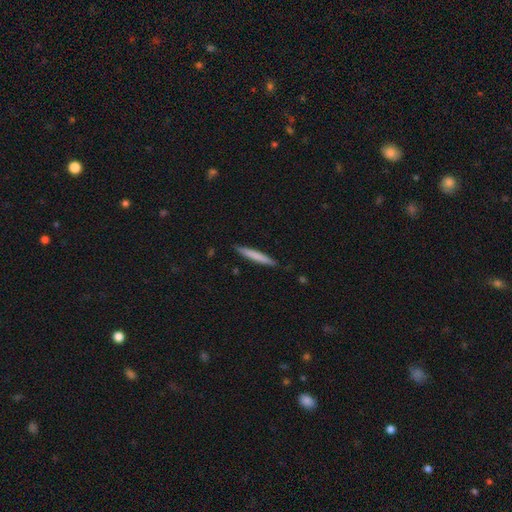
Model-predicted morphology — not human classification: Q: Smooth or featured?
A: smooth (72%); runner-up: featured or disk (23%)
Q: How rounded?
A: cigar-shaped (96%); runner-up: in between (3%)
Q: Merging?
A: none (89%); runner-up: minor disturbance (8%)